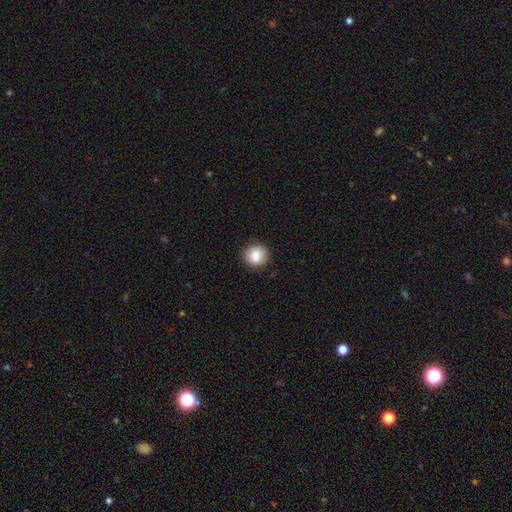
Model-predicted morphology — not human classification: smooth-or-featured: smooth: 85% | star or artifact: 8% | featured or disk: 6%
  how-rounded: round: 89% | in between: 10% | cigar-shaped: 1%
  merging: none: 91% | minor disturbance: 7% | major disturbance: 2% | merger: 1%